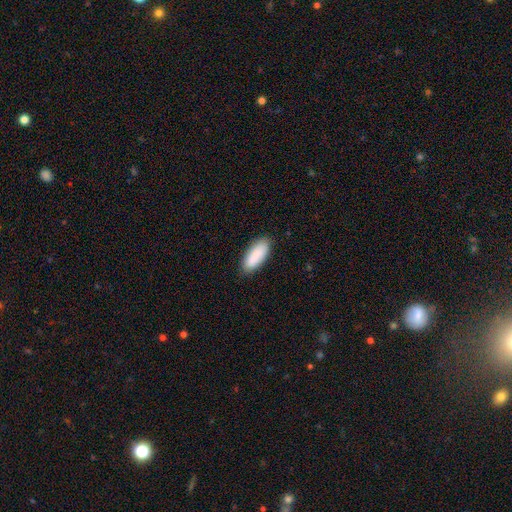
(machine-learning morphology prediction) A smooth galaxy with no disk features (89%) that is in between round and cigar-shaped (81%). Merging: none (85%).